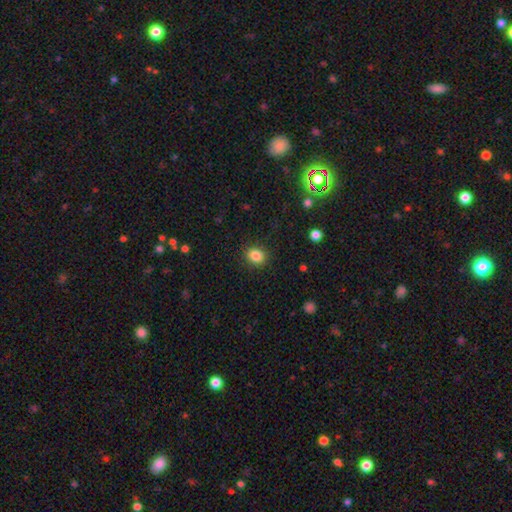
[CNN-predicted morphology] This is clearly a smooth galaxy (84%). How rounded: likely round (62%). Merging: clearly none (88%).